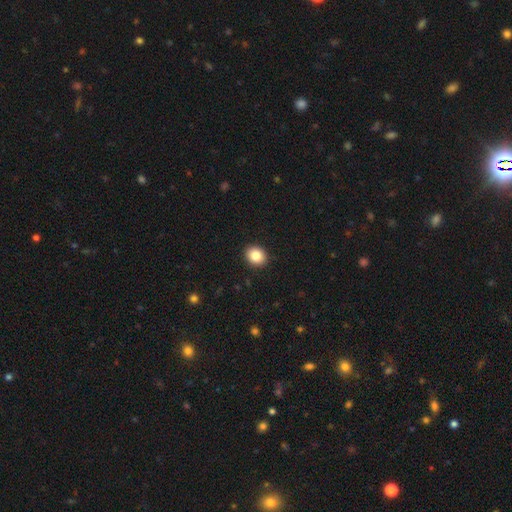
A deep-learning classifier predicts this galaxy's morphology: The model was most divided on "how rounded": round: 64%, in between: 35%, cigar-shaped: 1%. More confident: merging — none (92%); smooth or featured — smooth (85%).